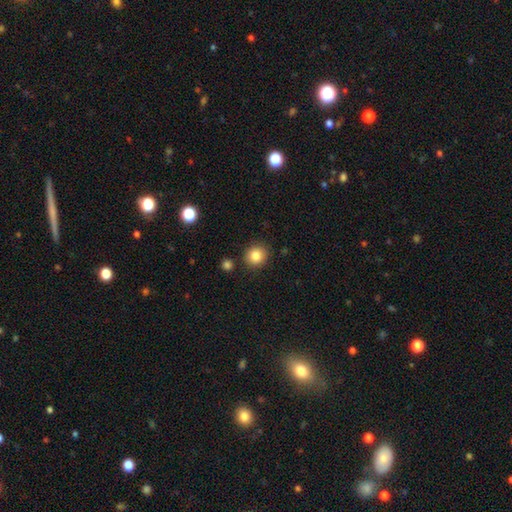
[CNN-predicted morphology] Smooth or featured?
  - smooth: 84% *
  - star or artifact: 10%
  - featured or disk: 6%
How rounded?
  - round: 84% *
  - in between: 16%
  - cigar-shaped: 1%
Merging?
  - none: 87% *
  - minor disturbance: 7%
  - merger: 3%
  - major disturbance: 2%